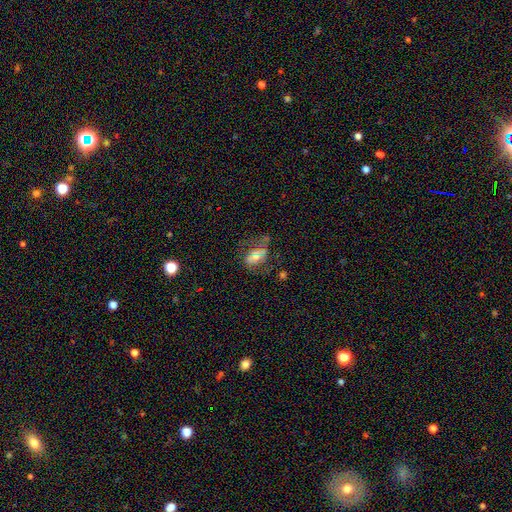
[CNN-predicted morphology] featured or disk 43% (tied), smooth 43% (tied), star or artifact 14%. Down the decision tree: merging — none (45%).